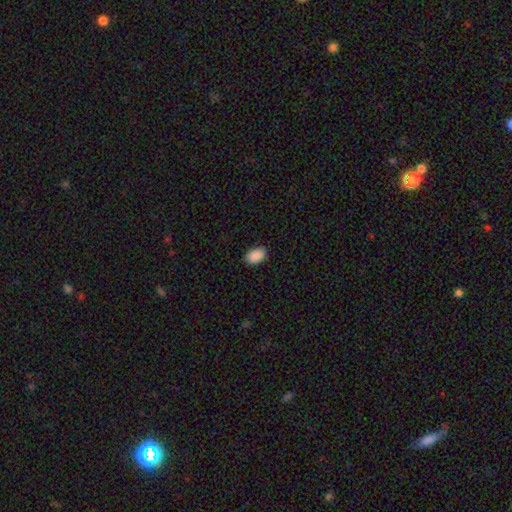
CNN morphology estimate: Smooth or featured: smooth — 91% (star or artifact — 7%)
How rounded: in between — 90% (round — 9%)
Merging: none — 89% (minor disturbance — 8%)